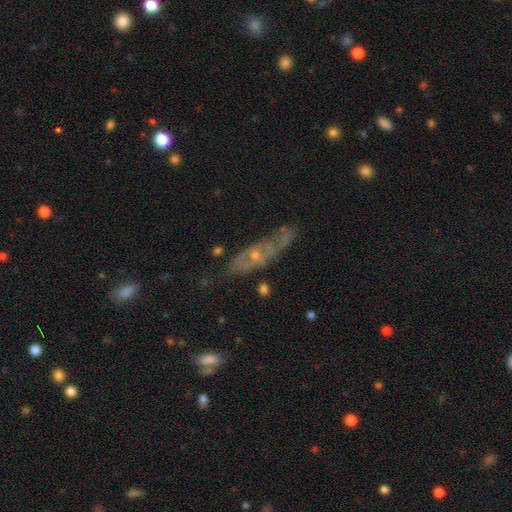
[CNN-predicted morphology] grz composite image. It shows a featured or disk galaxy (68%). Merging: none (57%).